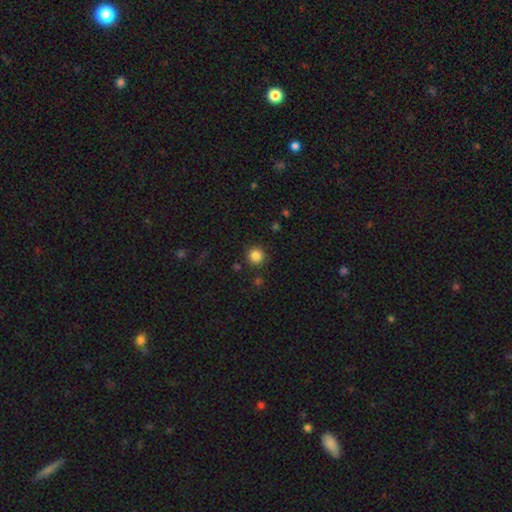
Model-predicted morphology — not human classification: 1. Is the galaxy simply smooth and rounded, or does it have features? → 85% smooth, 11% star or artifact, 4% featured or disk.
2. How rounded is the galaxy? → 95% round, 4% in between, 1% cigar-shaped.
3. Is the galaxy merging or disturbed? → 90% none, 6% minor disturbance, 2% major disturbance, 2% merger.